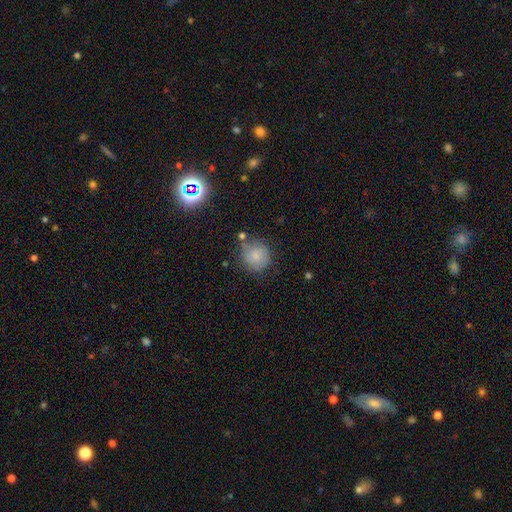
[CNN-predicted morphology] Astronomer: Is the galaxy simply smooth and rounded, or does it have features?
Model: smooth — 75%.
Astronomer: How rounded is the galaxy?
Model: round — 88%.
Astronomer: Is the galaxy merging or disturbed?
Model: none — 67%.